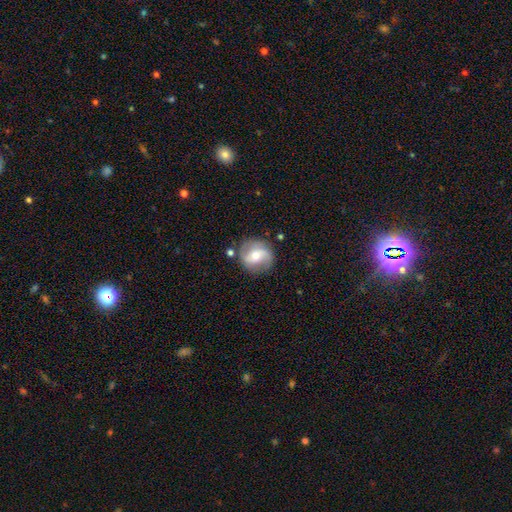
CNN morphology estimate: Smooth or featured? Predicted: featured or disk (p=0.60). Edge-on disk? Predicted: no (p=0.96). Bar? Predicted: weak (p=0.40). Spiral arms? Predicted: yes (p=0.80). Bulge size? Predicted: moderate (p=0.59). Merging? Predicted: none (p=0.78).